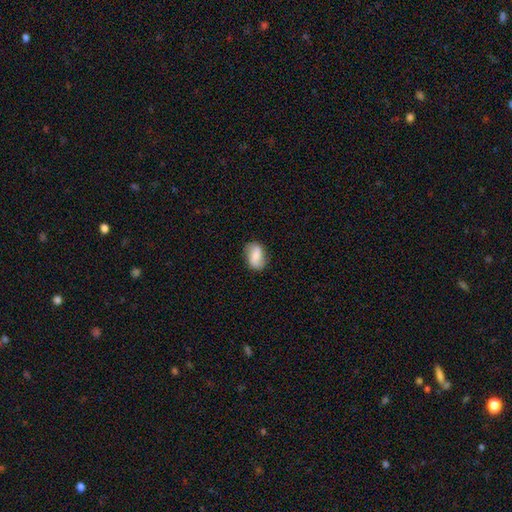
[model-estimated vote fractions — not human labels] smooth_or_featured: smooth (p=0.66) [alt: featured or disk p=0.27]
how_rounded: in between (p=0.85) [alt: round p=0.13]
merging: none (p=0.78) [alt: minor disturbance p=0.16]